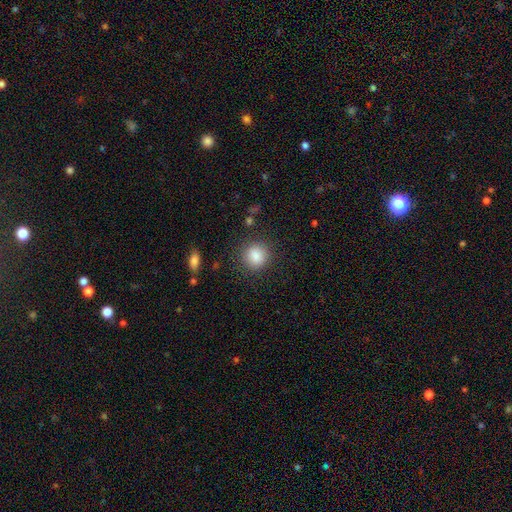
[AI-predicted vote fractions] Smooth or featured: smooth — 87% (star or artifact — 9%)
How rounded: round — 87% (in between — 12%)
Merging: none — 86% (minor disturbance — 9%)